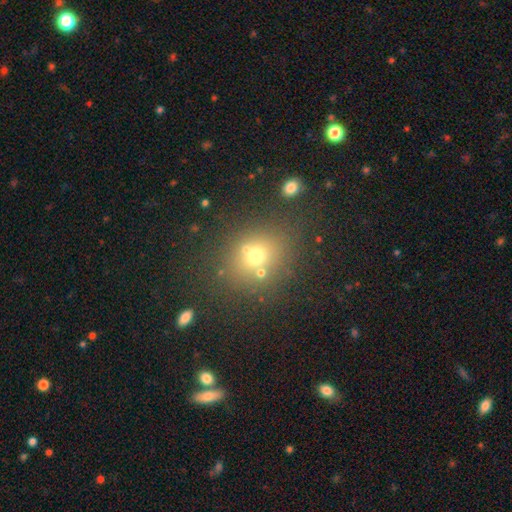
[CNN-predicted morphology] A smooth galaxy with no disk features (63%) that is round (73%). Merging: none (67%).